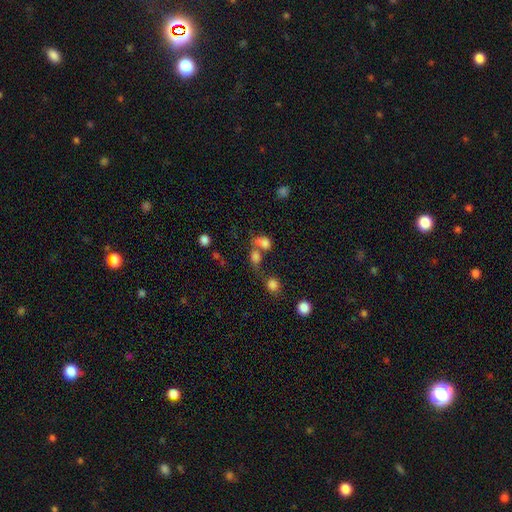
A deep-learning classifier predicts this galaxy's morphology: This is likely a smooth galaxy (67%). How rounded: possibly in between (49%). Merging: possibly merger (50%).